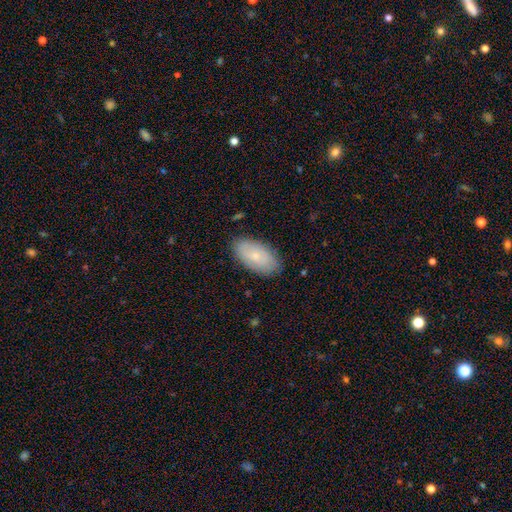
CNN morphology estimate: Smooth or featured? smooth (67%)
How rounded? in between (94%)
Merging? none (83%)